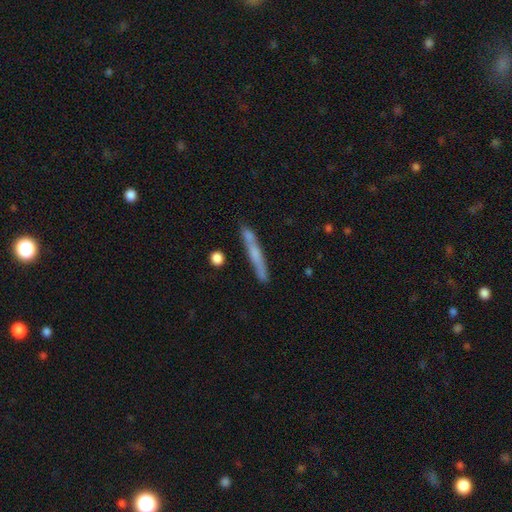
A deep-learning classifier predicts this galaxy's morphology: Overall: smooth (52%; featured or disk 42%). How rounded: cigar-shaped (95%). Merging: none (76%).